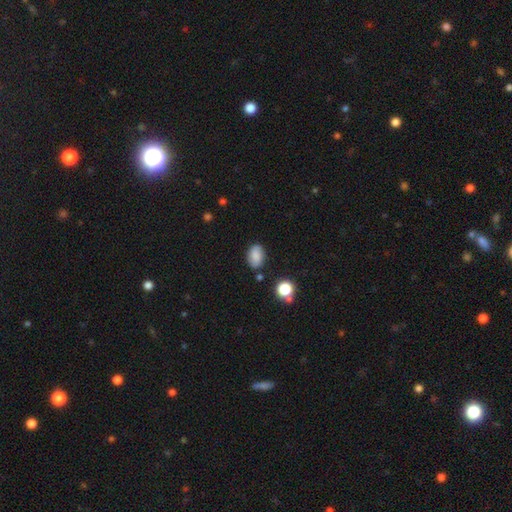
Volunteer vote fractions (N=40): Volunteers were most divided on "how rounded": in between: 70%, round: 27%, cigar-shaped: 3%. More confident: merging — none (81%); smooth or featured — smooth (75%).